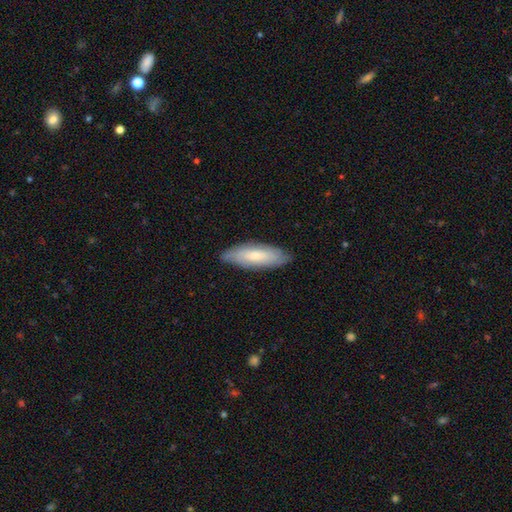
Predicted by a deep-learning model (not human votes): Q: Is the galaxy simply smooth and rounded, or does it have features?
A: smooth — 66%.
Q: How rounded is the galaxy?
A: in between — 53%.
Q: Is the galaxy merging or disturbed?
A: none — 81%.